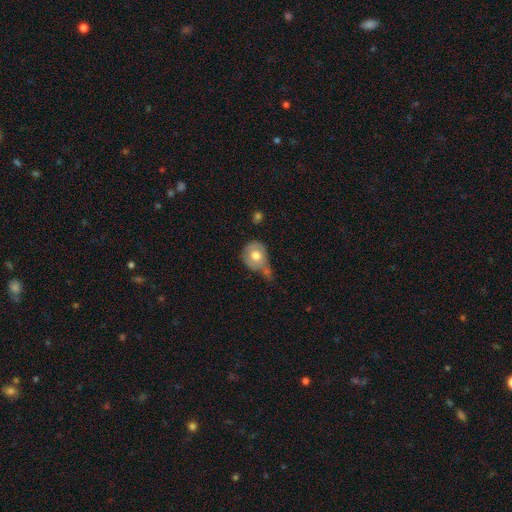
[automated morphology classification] Q: Smooth or featured?
A: smooth (67%); runner-up: featured or disk (26%)
Q: How rounded?
A: round (71%); runner-up: in between (27%)
Q: Merging?
A: none (29%); runner-up: minor disturbance (27%)